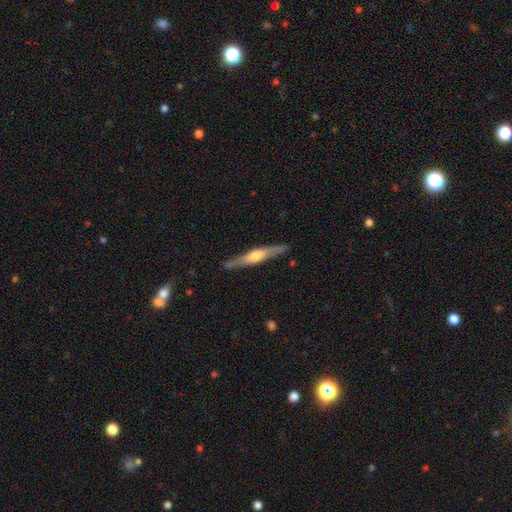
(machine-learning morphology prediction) Overall: featured or disk (63%; smooth 32%). Edge-on disk: yes (96%). Edge-on bulge: rounded (81%). Merging: none (87%).